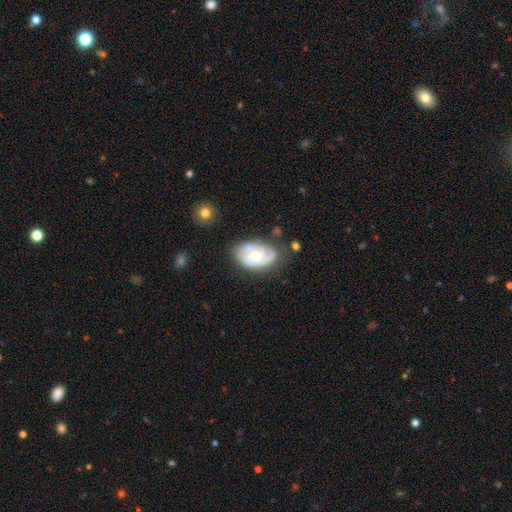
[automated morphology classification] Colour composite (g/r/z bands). It shows a featured or disk galaxy (70%) with no bar (75%), spiral arms (75%) and a moderate central bulge (73%). Merging: none (59%).